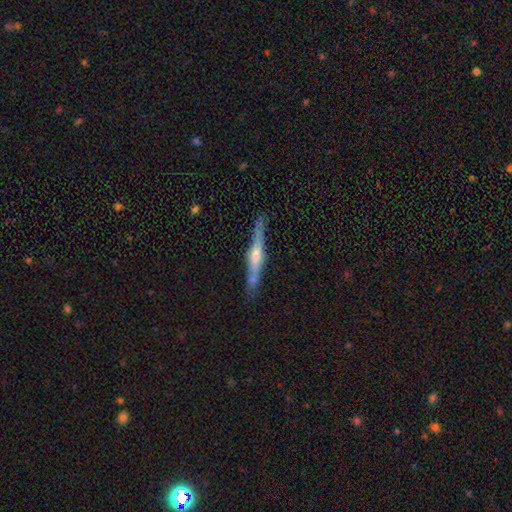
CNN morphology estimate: This is likely a featured or disk galaxy (72%). It is clearly viewed edge-on (96%). Edge-on bulge: likely rounded (66%). Merging: clearly none (83%).